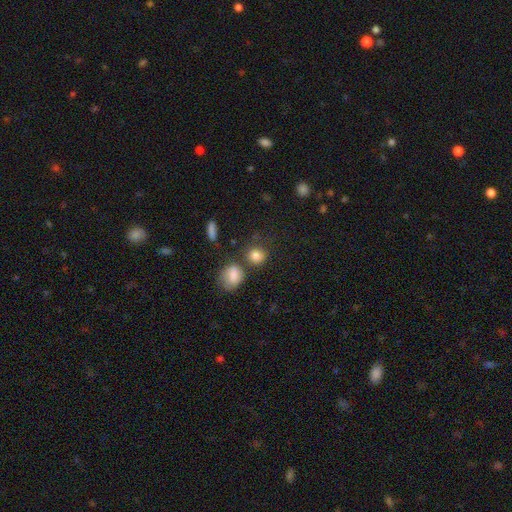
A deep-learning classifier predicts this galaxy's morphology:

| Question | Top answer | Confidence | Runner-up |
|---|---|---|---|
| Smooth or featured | smooth | 83% | star or artifact (10%) |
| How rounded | round | 78% | in between (20%) |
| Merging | none | 64% | merger (16%) |